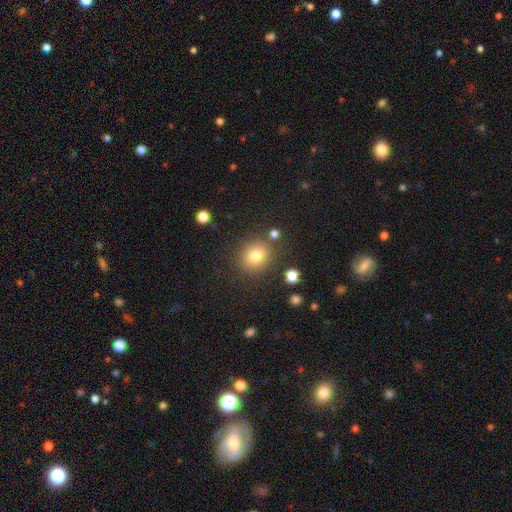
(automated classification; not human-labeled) Smooth or featured? smooth (80%)
How rounded? round (82%)
Merging? none (83%)